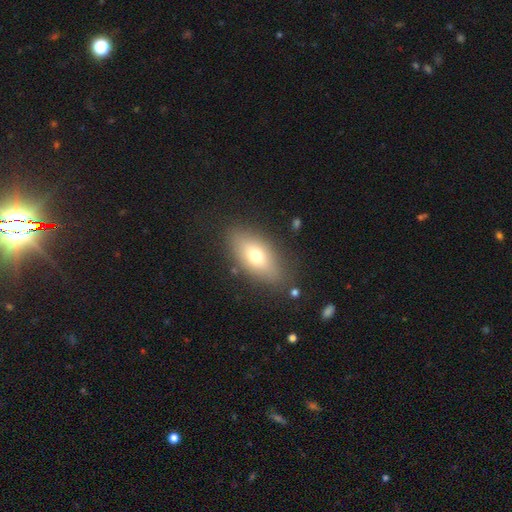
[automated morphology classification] smooth-or-featured: smooth: 69% | featured or disk: 23% | star or artifact: 9%
  how-rounded: in between: 84% | cigar-shaped: 10% | round: 6%
  merging: none: 81% | minor disturbance: 13% | major disturbance: 5% | merger: 2%